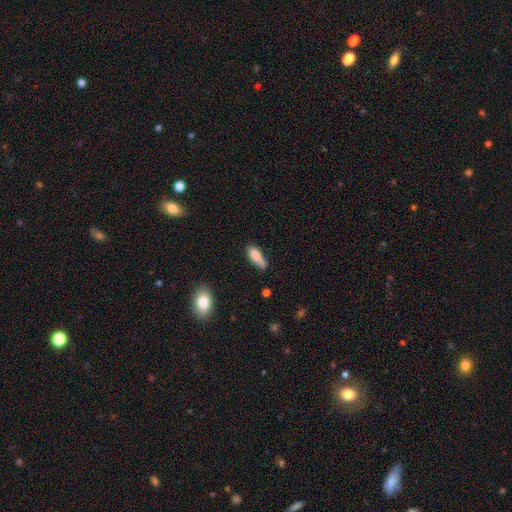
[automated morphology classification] A smooth galaxy with no disk features (81%) that is in between round and cigar-shaped (59%). Merging: none (49%).